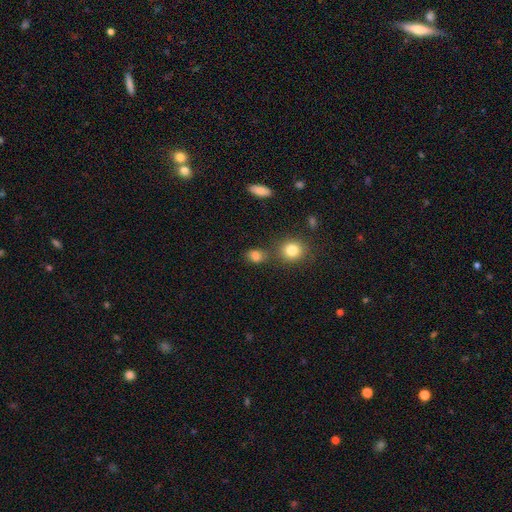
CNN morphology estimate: Q: Smooth or featured?
A: smooth (81%); runner-up: star or artifact (13%)
Q: How rounded?
A: in between (53%); runner-up: round (45%)
Q: Merging?
A: none (64%); runner-up: merger (16%)